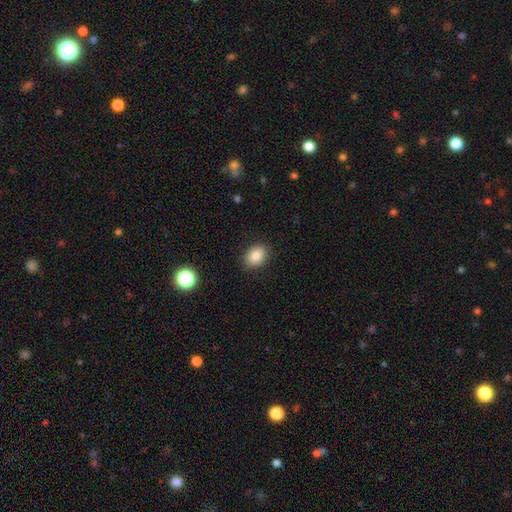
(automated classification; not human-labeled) Smooth or featured? Predicted: smooth (p=0.84). How rounded? Predicted: in between (p=0.61). Merging? Predicted: none (p=0.88).